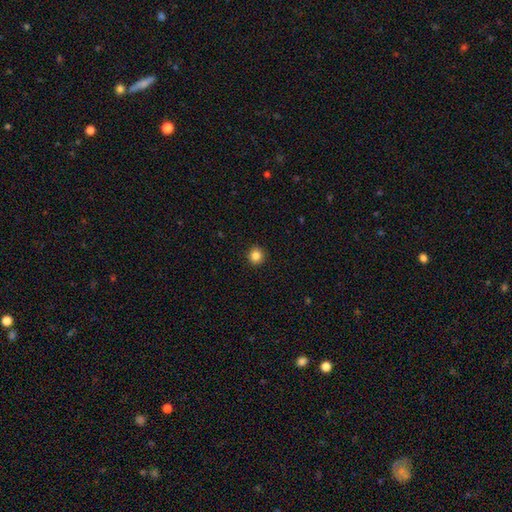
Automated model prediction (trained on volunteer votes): smooth_or_featured: smooth (p=0.85) [alt: star or artifact p=0.11]
how_rounded: round (p=0.95) [alt: in between p=0.04]
merging: none (p=0.93) [alt: minor disturbance p=0.05]